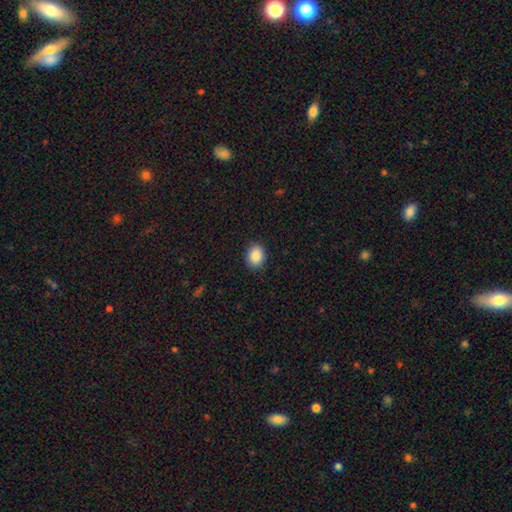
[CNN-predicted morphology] Smooth or featured?
  - smooth: 89% *
  - star or artifact: 8%
  - featured or disk: 3%
How rounded?
  - in between: 55% *
  - round: 44%
  - cigar-shaped: 1%
Merging?
  - none: 89% *
  - minor disturbance: 8%
  - major disturbance: 2%
  - merger: 1%